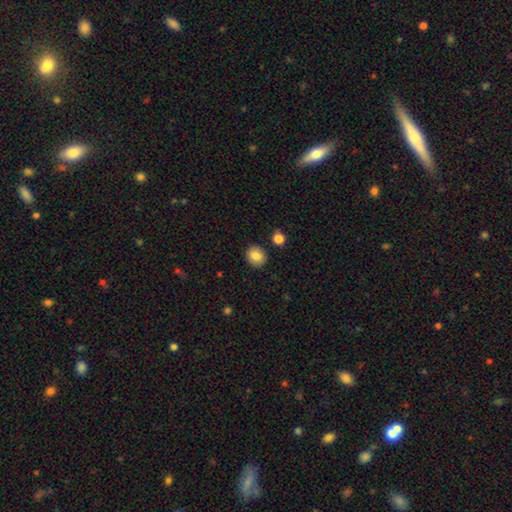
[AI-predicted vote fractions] A smooth galaxy with no disk features (86%) that is round (76%).

Vote fractions:
- Smooth or featured? smooth: 86% / star or artifact: 9% / featured or disk: 5%
- How rounded? round: 76% / in between: 23% / cigar-shaped: 1%
- Merging? none: 89% / minor disturbance: 7% / merger: 2% / major disturbance: 2%